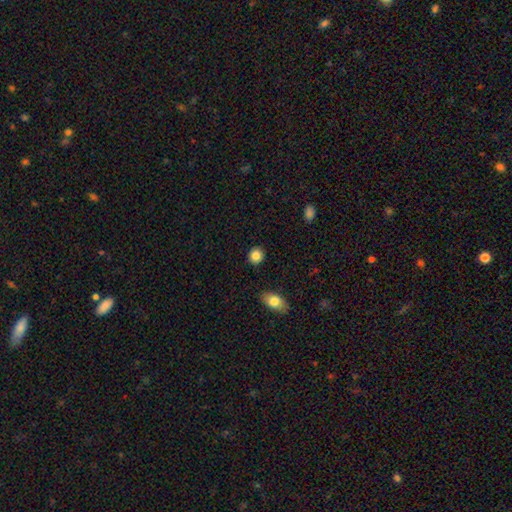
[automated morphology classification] This is clearly a smooth galaxy (86%). How rounded: clearly round (84%). Merging: clearly none (90%).